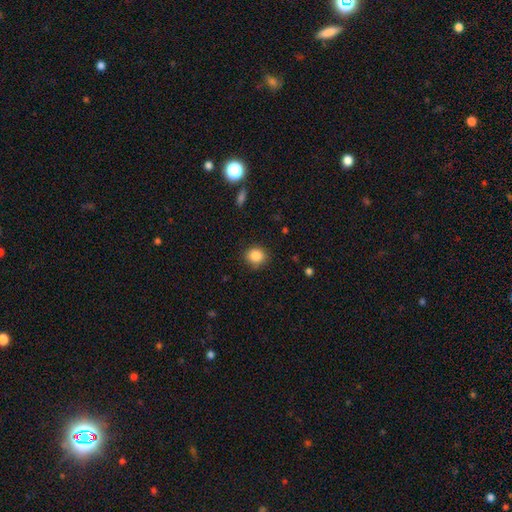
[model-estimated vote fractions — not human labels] This appears to be a smooth galaxy with no disk features (86%) that is round (83%). Merging: none (85%).